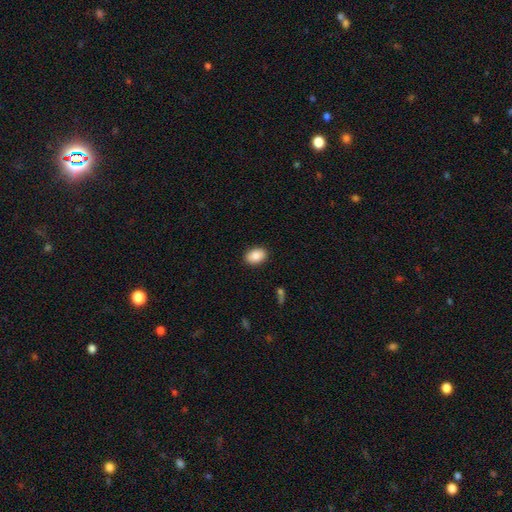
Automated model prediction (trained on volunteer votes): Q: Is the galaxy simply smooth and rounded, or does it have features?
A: smooth — 87%.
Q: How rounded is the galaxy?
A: in between — 84%.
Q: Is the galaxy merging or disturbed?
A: none — 89%.